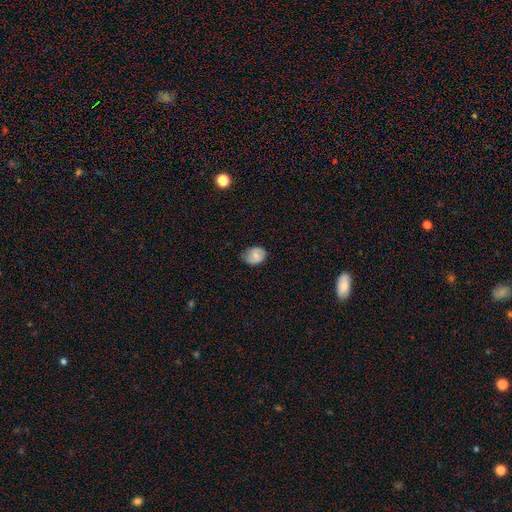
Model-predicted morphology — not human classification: Q: Smooth or featured?
A: smooth (70%); runner-up: featured or disk (23%)
Q: How rounded?
A: in between (54%); runner-up: round (45%)
Q: Merging?
A: none (61%); runner-up: minor disturbance (31%)